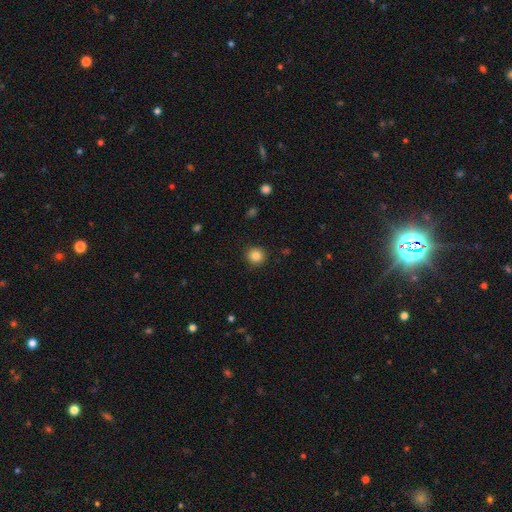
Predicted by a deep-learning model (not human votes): Smooth or featured? Predicted: smooth (p=0.84). How rounded? Predicted: round (p=0.92). Merging? Predicted: none (p=0.90).